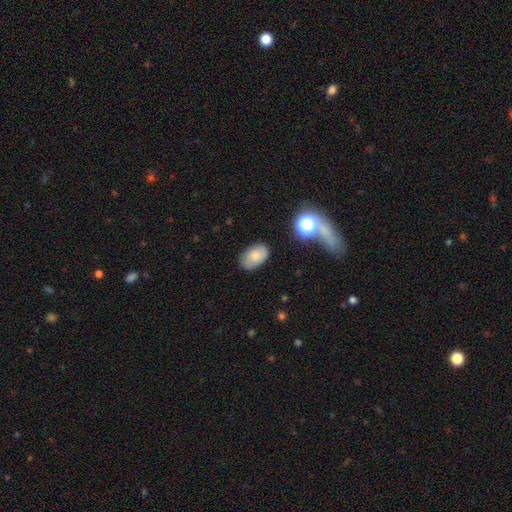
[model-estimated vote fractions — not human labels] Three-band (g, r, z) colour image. It shows a smooth galaxy with no disk features (76%) that is in between round and cigar-shaped (90%). Merging: none (79%).